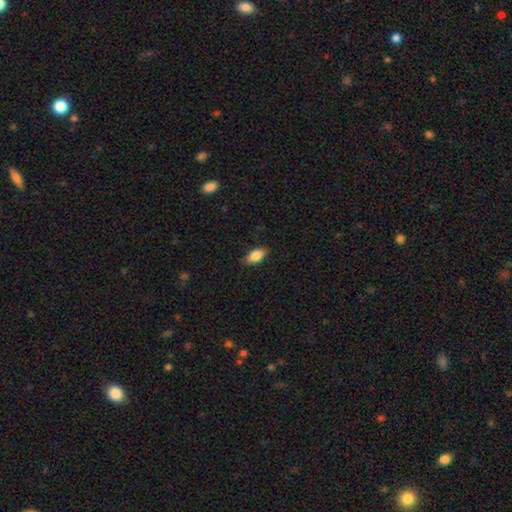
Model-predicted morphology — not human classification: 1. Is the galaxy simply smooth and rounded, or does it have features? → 84% smooth, 9% featured or disk, 7% star or artifact.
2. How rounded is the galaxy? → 89% in between, 8% cigar-shaped, 4% round.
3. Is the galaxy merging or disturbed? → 85% none, 12% minor disturbance, 2% major disturbance, 1% merger.